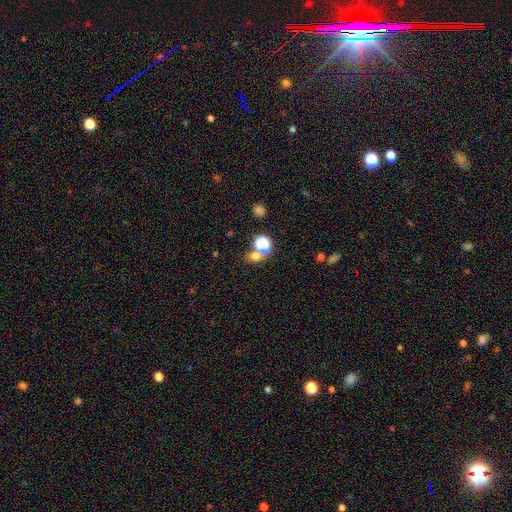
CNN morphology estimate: Smooth or featured?
  - smooth: 65% *
  - star or artifact: 28%
  - featured or disk: 7%
How rounded?
  - round: 71% *
  - in between: 28%
  - cigar-shaped: 1%
Merging?
  - none: 61% *
  - merger: 27%
  - minor disturbance: 8%
  - major disturbance: 4%